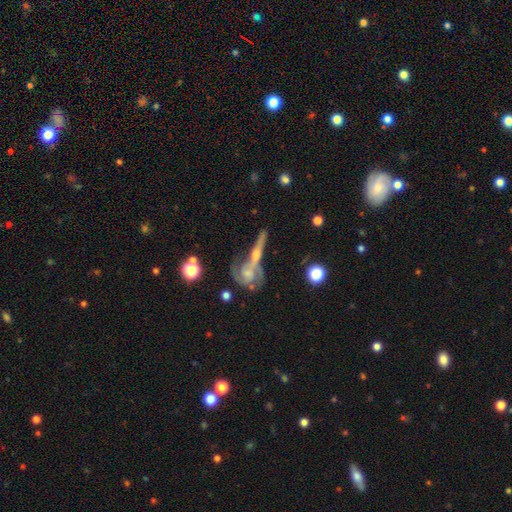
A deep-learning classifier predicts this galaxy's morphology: Smooth or featured?
  - featured or disk: 69% *
  - smooth: 20%
  - star or artifact: 11%
Edge-on disk?
  - yes: 54% *
  - no: 46%
Merging?
  - merger: 41% *
  - none: 39%
  - minor disturbance: 11%
  - major disturbance: 9%